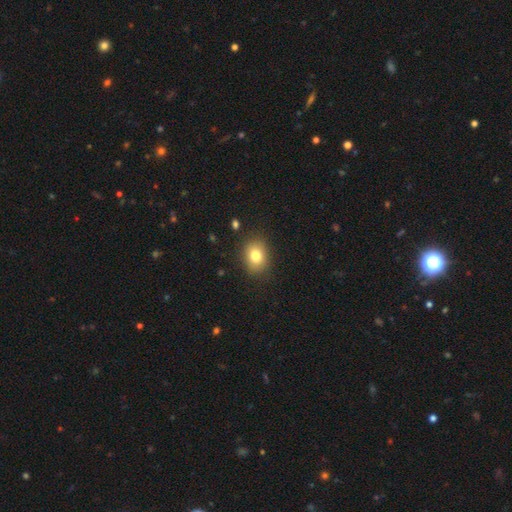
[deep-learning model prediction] This is likely a smooth galaxy (80%). How rounded: possibly in between (55%). Merging: clearly none (85%).